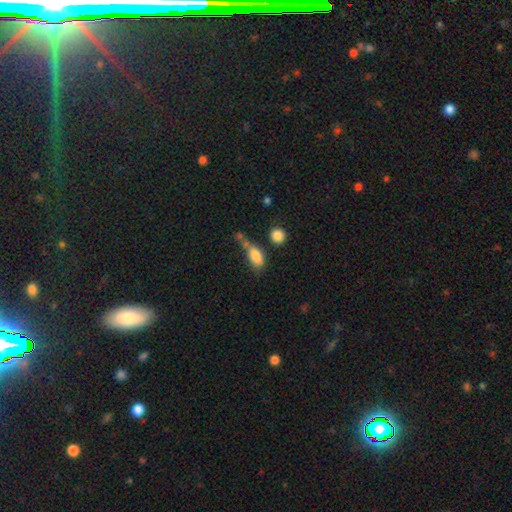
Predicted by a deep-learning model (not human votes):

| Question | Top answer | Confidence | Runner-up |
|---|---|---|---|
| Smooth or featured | smooth | 80% | featured or disk (11%) |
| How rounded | in between | 82% | cigar-shaped (10%) |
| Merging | none | 35% | merger (27%) |